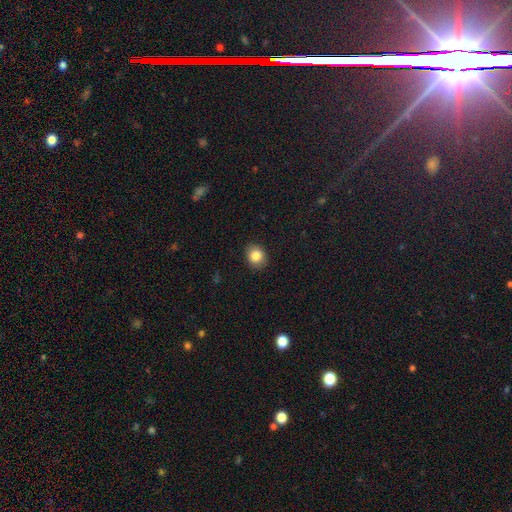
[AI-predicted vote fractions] A smooth galaxy with no disk features (85%) that is round (58%).

Vote fractions:
- Smooth or featured? smooth: 85% / star or artifact: 9% / featured or disk: 6%
- How rounded? round: 58% / in between: 41% / cigar-shaped: 1%
- Merging? none: 89% / minor disturbance: 8% / major disturbance: 2% / merger: 1%